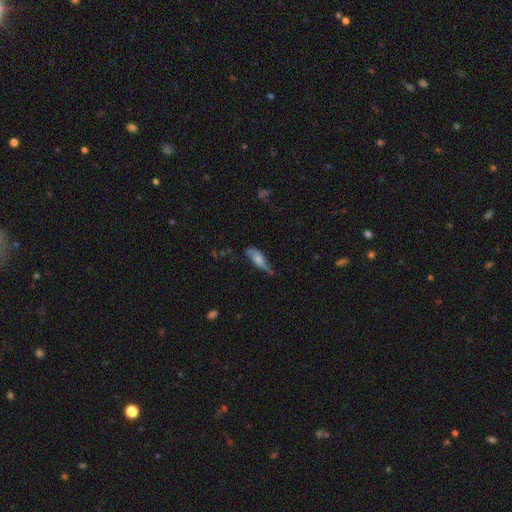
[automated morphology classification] The model was most divided on "smooth or featured": featured or disk: 48%, smooth: 39%, star or artifact: 12%. More confident: merging — none (54%).